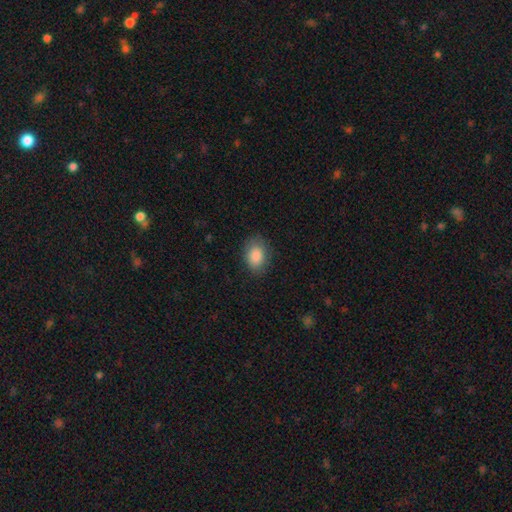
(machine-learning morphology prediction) A smooth galaxy with no disk features (88%) that is in between round and cigar-shaped (80%). Merging: none (81%).